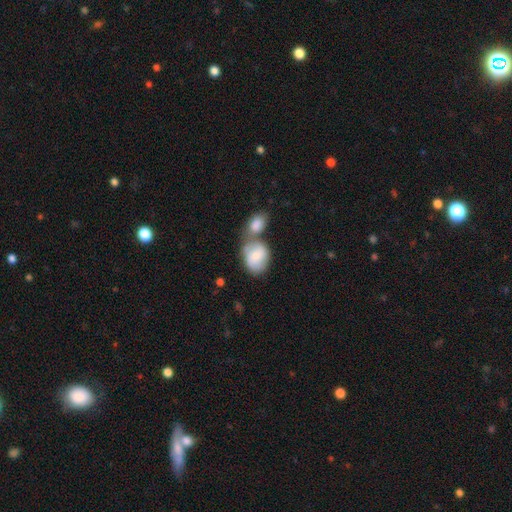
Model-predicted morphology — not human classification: Smooth or featured?
  - smooth: 73% *
  - featured or disk: 22%
  - star or artifact: 6%
How rounded?
  - in between: 61% *
  - round: 38%
  - cigar-shaped: 1%
Merging?
  - merger: 57% *
  - none: 26%
  - minor disturbance: 12%
  - major disturbance: 5%